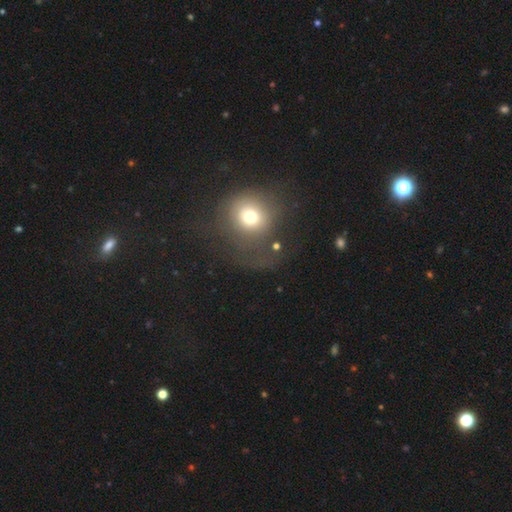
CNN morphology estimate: This appears to be a smooth galaxy with no disk features (60%) that is round (83%). Merging: none (60%).